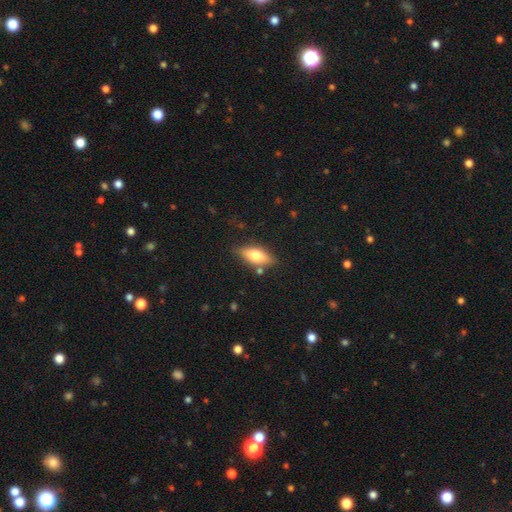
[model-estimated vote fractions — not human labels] Morphology: type=smooth (62%); roundness=in between (73%); merging=none (78%).